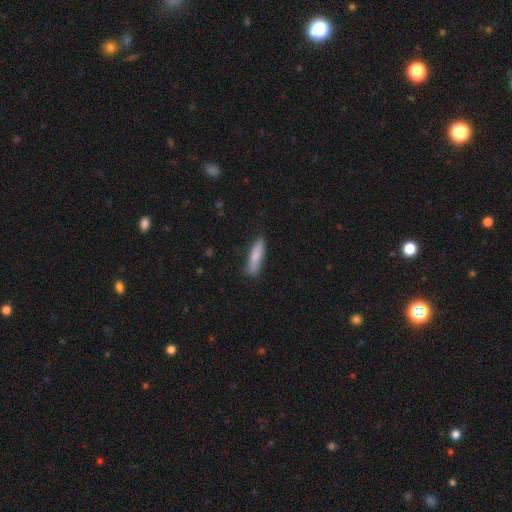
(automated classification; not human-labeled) This is clearly a smooth galaxy (80%). How rounded: likely cigar-shaped (77%). Merging: clearly none (81%).